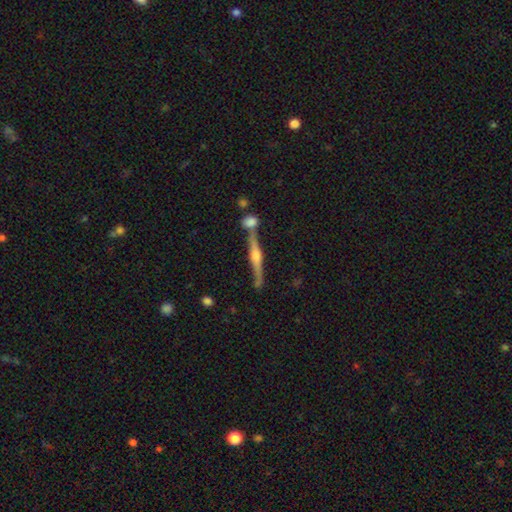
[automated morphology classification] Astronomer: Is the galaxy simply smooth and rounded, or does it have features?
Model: featured or disk — 81%.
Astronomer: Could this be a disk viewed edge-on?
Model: yes — 98%.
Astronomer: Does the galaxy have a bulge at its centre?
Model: rounded — 88%.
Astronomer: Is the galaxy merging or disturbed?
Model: none — 74%.